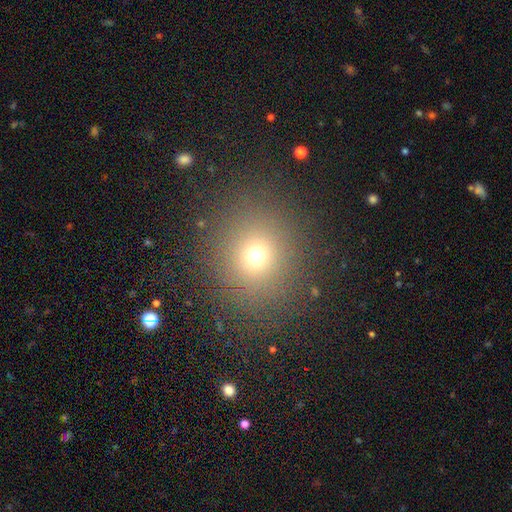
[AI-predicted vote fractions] smooth-or-featured: smooth: 68% | star or artifact: 22% | featured or disk: 9%
  how-rounded: round: 87% | in between: 12% | cigar-shaped: 1%
  merging: none: 86% | minor disturbance: 8% | major disturbance: 5% | merger: 2%